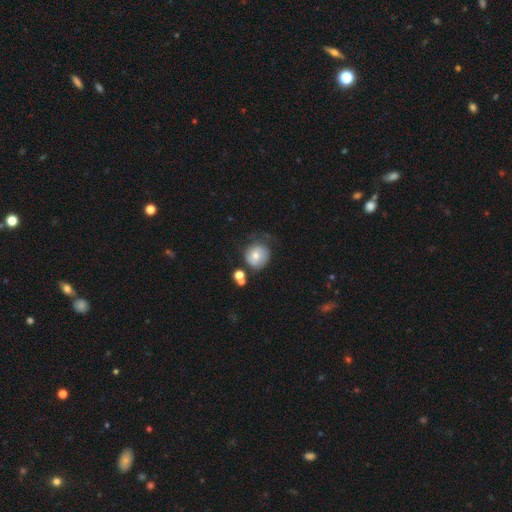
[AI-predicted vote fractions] smooth-or-featured: smooth: 55% | featured or disk: 36% | star or artifact: 9%
  how-rounded: round: 85% | in between: 14% | cigar-shaped: 1%
  merging: none: 49% | minor disturbance: 27% | major disturbance: 15% | merger: 9%